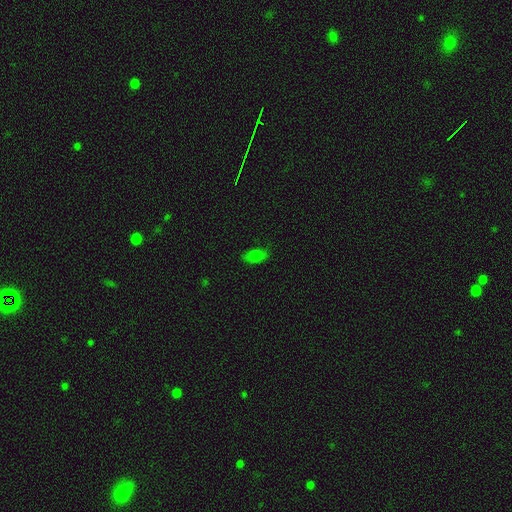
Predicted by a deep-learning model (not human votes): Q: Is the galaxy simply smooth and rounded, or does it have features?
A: smooth — 75%.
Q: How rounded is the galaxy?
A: in between — 84%.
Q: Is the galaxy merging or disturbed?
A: none — 80%.